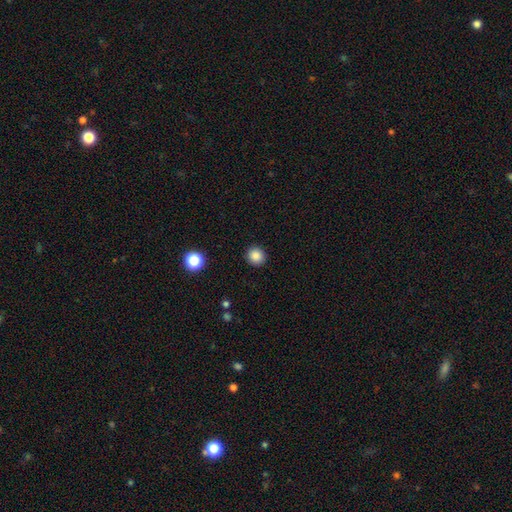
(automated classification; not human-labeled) The model was most divided on "smooth or featured": smooth: 86%, star or artifact: 11%, featured or disk: 3%. More confident: merging — none (92%); how rounded — round (91%).